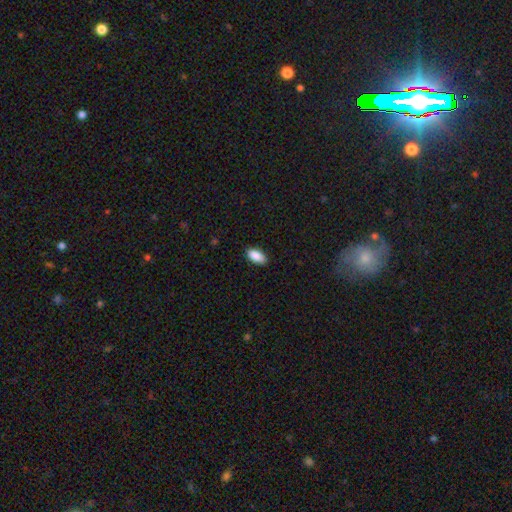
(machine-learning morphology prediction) type=smooth (89%); roundness=in between (92%); merging=none (87%).